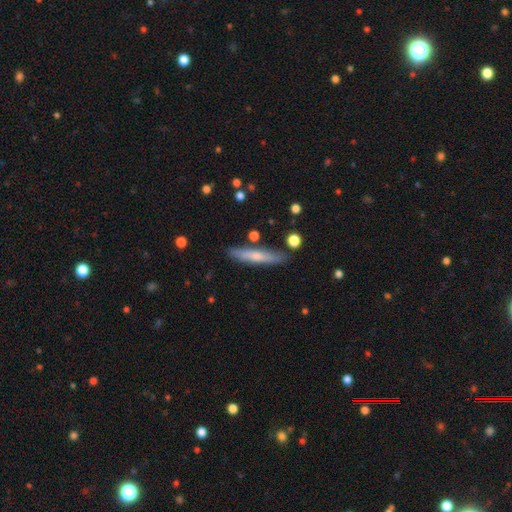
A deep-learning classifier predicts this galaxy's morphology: The model was most divided on "smooth or featured": smooth: 59%, featured or disk: 35%, star or artifact: 6%. More confident: how rounded — cigar-shaped (90%); merging — none (84%).